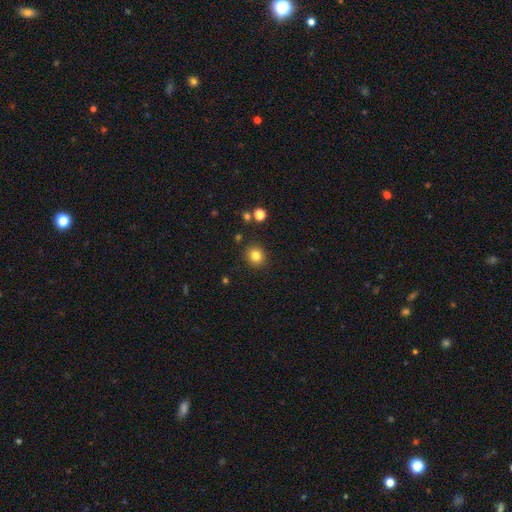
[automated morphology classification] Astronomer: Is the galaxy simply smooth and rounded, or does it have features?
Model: smooth — 82%.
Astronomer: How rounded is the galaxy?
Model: round — 83%.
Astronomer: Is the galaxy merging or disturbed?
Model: none — 90%.